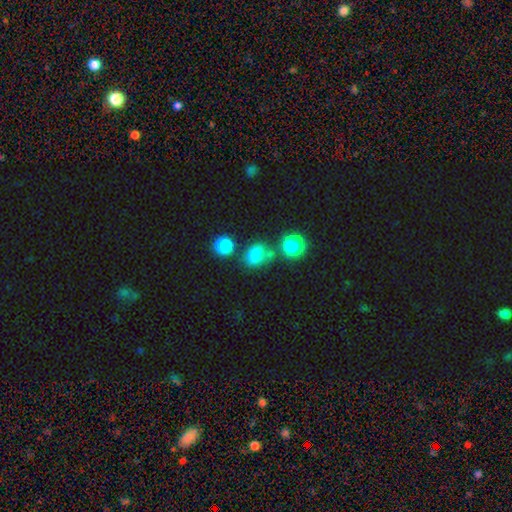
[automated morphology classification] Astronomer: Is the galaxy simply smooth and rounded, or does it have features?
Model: smooth — 75%.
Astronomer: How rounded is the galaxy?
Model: in between — 57% (runner-up: round, 41%).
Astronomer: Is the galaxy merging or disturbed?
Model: none — 65%.